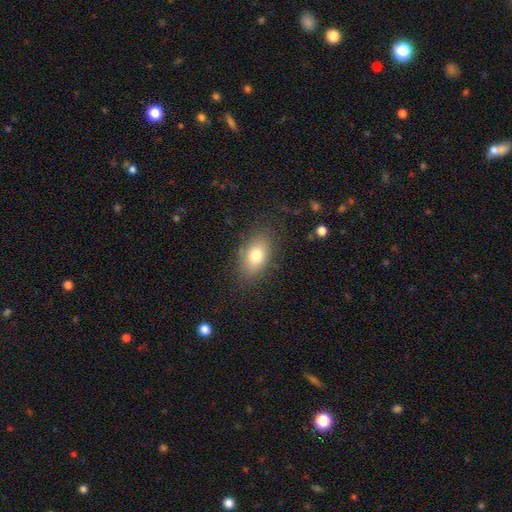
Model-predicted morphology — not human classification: A smooth galaxy with no disk features (76%) that is in between round and cigar-shaped (84%).

Vote fractions:
- Smooth or featured? smooth: 76% / featured or disk: 15% / star or artifact: 10%
- How rounded? in between: 84% / round: 14% / cigar-shaped: 2%
- Merging? none: 82% / minor disturbance: 12% / major disturbance: 5% / merger: 1%